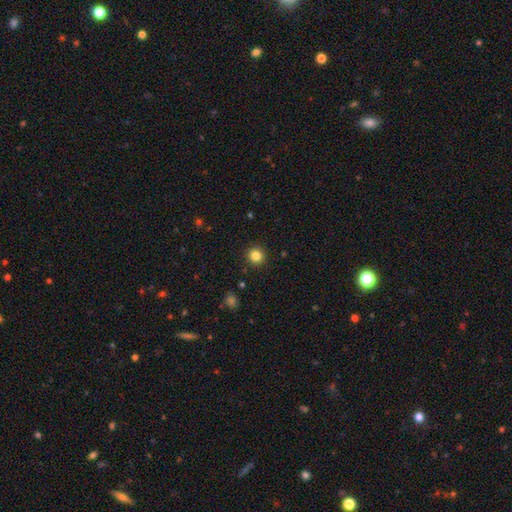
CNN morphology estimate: Smooth or featured?
  - smooth: 83% *
  - star or artifact: 12%
  - featured or disk: 5%
How rounded?
  - round: 94% *
  - in between: 5%
  - cigar-shaped: 1%
Merging?
  - none: 92% *
  - minor disturbance: 5%
  - major disturbance: 2%
  - merger: 1%